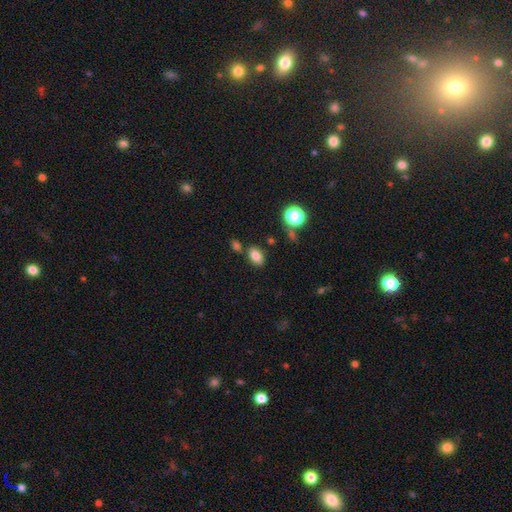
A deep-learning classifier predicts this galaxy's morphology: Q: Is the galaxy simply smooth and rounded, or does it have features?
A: smooth — 81%.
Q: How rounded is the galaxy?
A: in between — 85%.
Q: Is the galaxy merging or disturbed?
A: none — 74%.